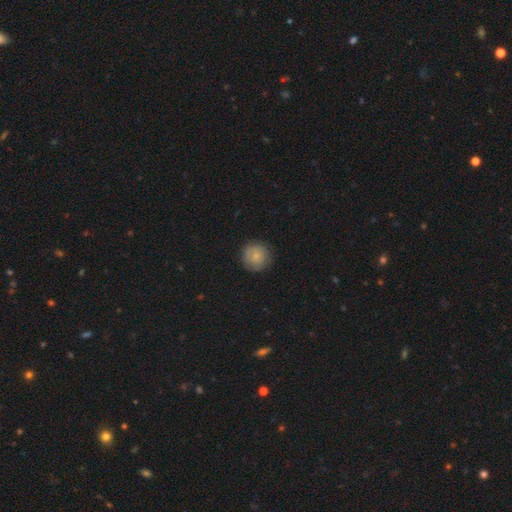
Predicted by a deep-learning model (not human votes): Smooth or featured? smooth (77%)
How rounded? round (94%)
Merging? none (85%)